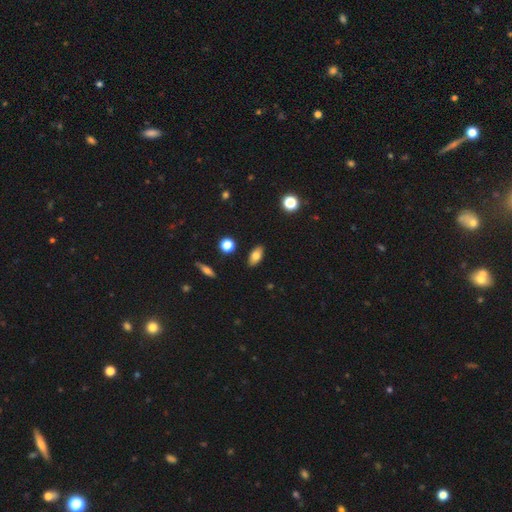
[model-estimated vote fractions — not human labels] smooth 79%, featured or disk 13%, star or artifact 8%. Down the decision tree: how rounded — in between (87%); merging — none (88%).